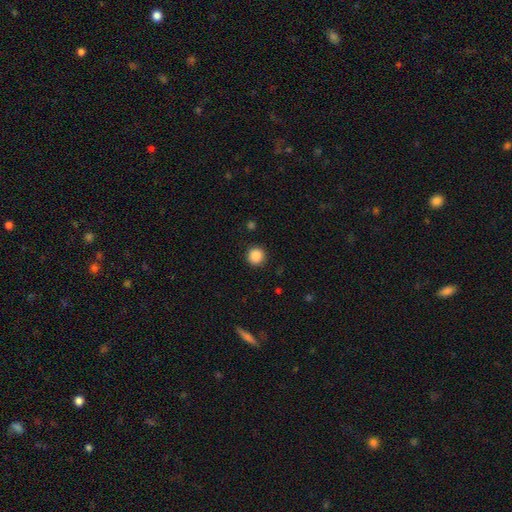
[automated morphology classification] Smooth or featured?
  - smooth: 88% *
  - star or artifact: 9%
  - featured or disk: 2%
How rounded?
  - round: 93% *
  - in between: 6%
  - cigar-shaped: 1%
Merging?
  - none: 91% *
  - minor disturbance: 6%
  - major disturbance: 2%
  - merger: 1%